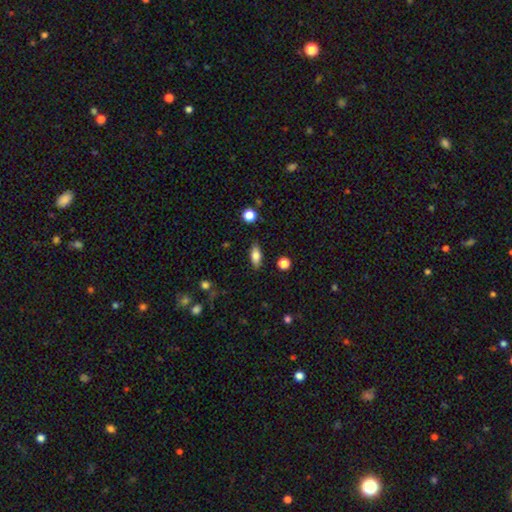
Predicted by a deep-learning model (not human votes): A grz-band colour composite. It shows a smooth galaxy with no disk features (78%) that is in between round and cigar-shaped (79%). Merging: none (86%).